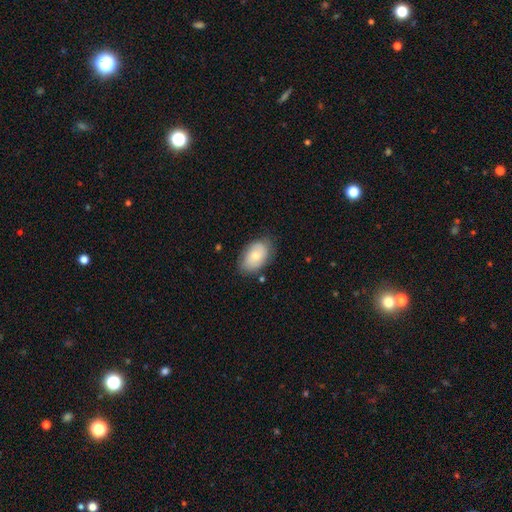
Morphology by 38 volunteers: type=smooth (74%); roundness=in between (100%); merging=none (80%).